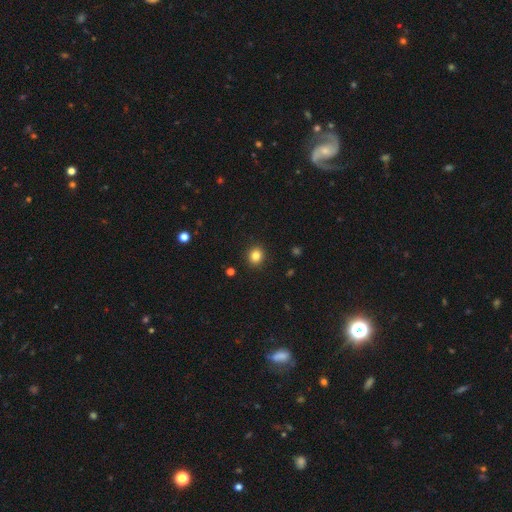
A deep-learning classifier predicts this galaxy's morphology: type=smooth (84%); roundness=round (80%); merging=none (91%).